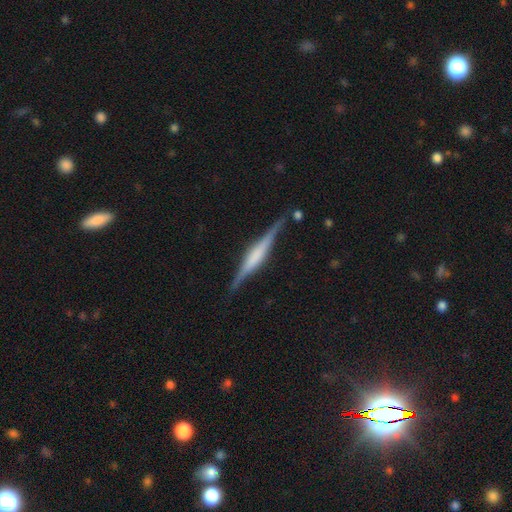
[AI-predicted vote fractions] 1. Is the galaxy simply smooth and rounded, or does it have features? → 76% featured or disk, 18% smooth, 6% star or artifact.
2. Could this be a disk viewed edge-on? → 98% yes, 2% no.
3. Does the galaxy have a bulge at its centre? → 50% boxy, 36% rounded, 14% none.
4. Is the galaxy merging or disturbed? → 85% none, 10% minor disturbance, 2% major disturbance, 2% merger.